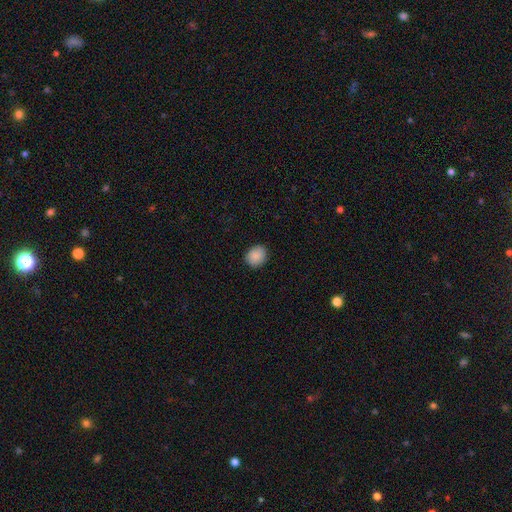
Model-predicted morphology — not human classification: This is clearly a smooth galaxy (89%). How rounded: likely round (67%). Merging: clearly none (89%).